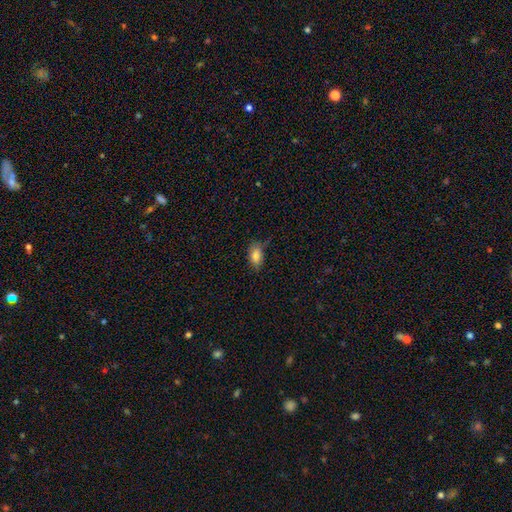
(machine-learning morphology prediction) The model was most divided on "merging": none: 66%, minor disturbance: 26%, major disturbance: 6%, merger: 2%. More confident: how rounded — in between (89%); smooth or featured — smooth (81%).